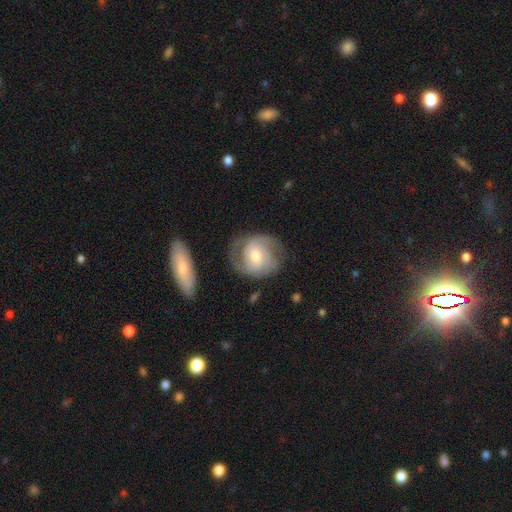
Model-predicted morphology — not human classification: Overall: featured or disk (72%). Edge-on disk: no (97%). Bar: no (49%; weak 40%). Spiral arms: yes (91%). Spiral arm count: 2 (59%). Spiral winding: tight (43%; medium 42%). Bulge size: moderate (65%; small 28%). Merging: none (67%).